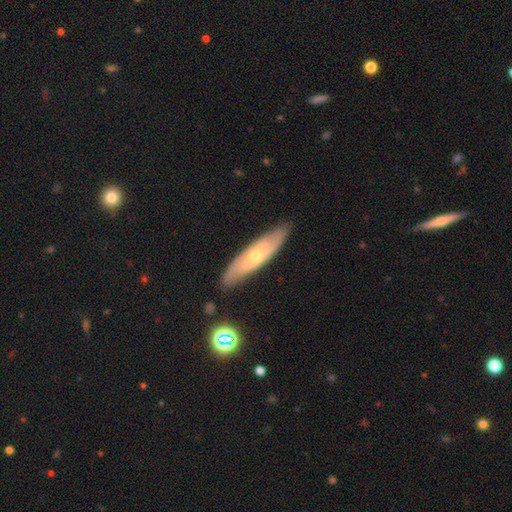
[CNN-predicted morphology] A featured or disk galaxy (61%).

Vote fractions:
- Smooth or featured? featured or disk: 61% / smooth: 32% / star or artifact: 7%
- Edge-on disk? no: 61% / yes: 39%
- Merging? none: 84% / minor disturbance: 12% / major disturbance: 2% / merger: 2%